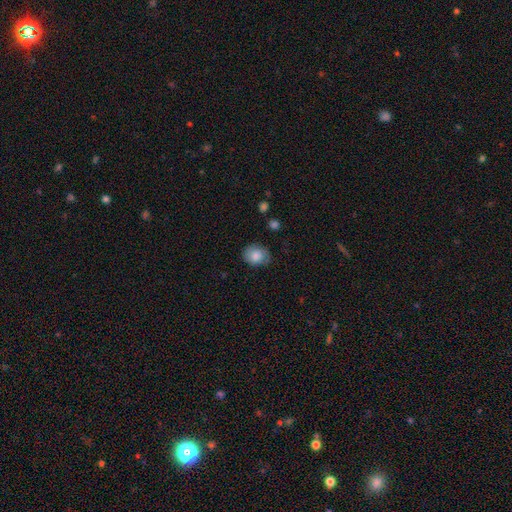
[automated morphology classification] A smooth galaxy with no disk features (81%) that is round (52%). Merging: none (73%).